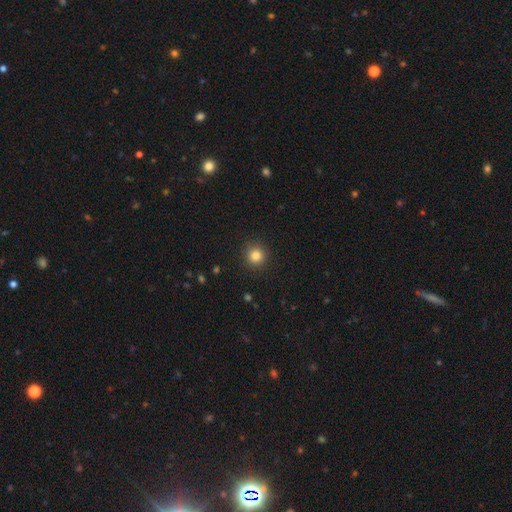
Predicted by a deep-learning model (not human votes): A smooth galaxy with no disk features (83%) that is round (94%). Merging: none (91%).